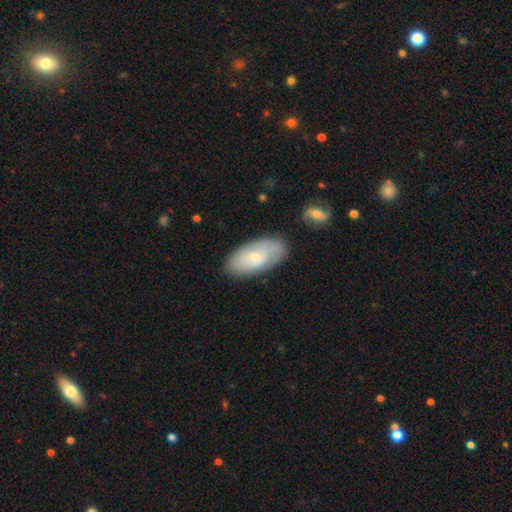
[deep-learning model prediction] Morphology: type=smooth (62%); roundness=in between (92%); merging=none (78%).